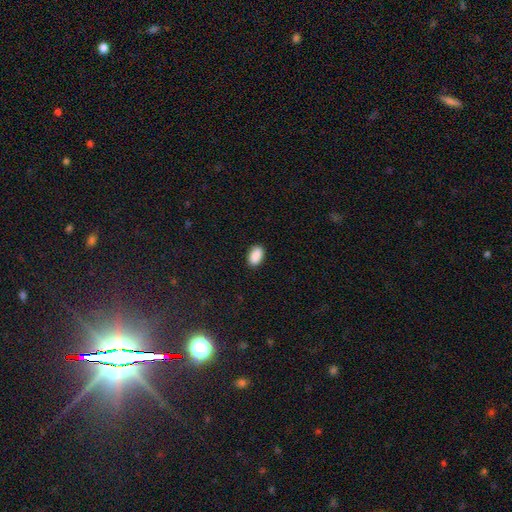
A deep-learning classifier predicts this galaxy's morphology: smooth-or-featured: smooth: 90% | star or artifact: 7% | featured or disk: 3%
  how-rounded: in between: 93% | round: 5% | cigar-shaped: 2%
  merging: none: 89% | minor disturbance: 8% | major disturbance: 2% | merger: 1%